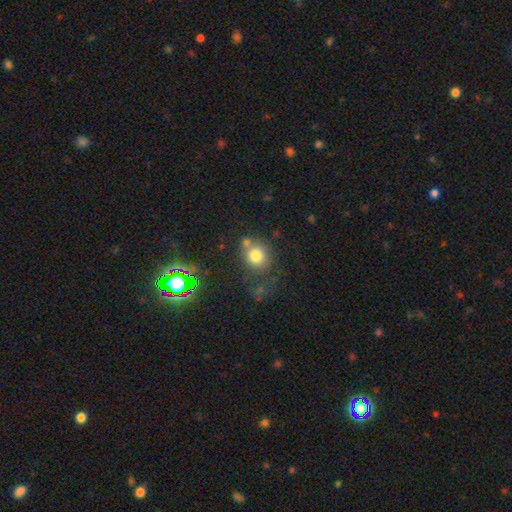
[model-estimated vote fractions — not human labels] Smooth or featured? Predicted: smooth (p=0.77). How rounded? Predicted: round (p=0.77). Merging? Predicted: none (p=0.61).